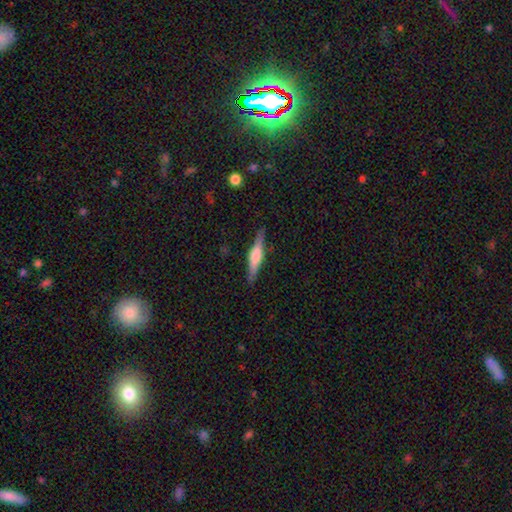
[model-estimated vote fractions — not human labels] Smooth or featured: featured or disk — 61% (smooth — 33%)
Edge-on disk: yes — 97% (no — 3%)
Edge-on bulge: rounded — 72% (boxy — 21%)
Merging: none — 88% (minor disturbance — 9%)